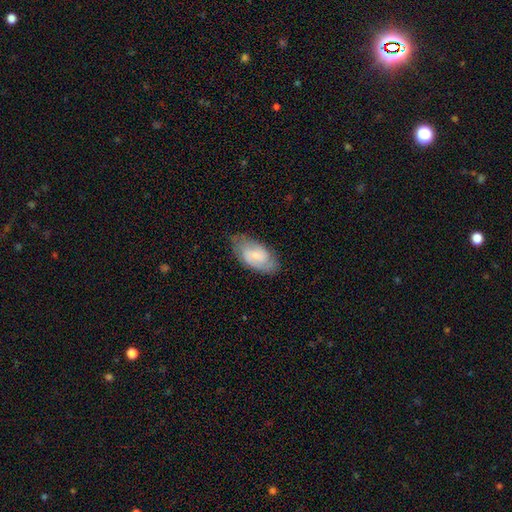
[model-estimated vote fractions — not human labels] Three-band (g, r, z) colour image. It shows a featured or disk galaxy (58%) with no bar (48%), spiral arms (87%) and a small central bulge (58%). Merging: none (67%).